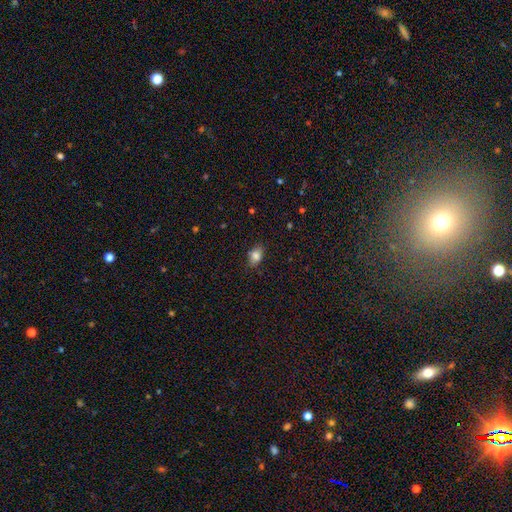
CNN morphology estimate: Overall: smooth (82%). How rounded: in between (80%). Merging: none (79%).